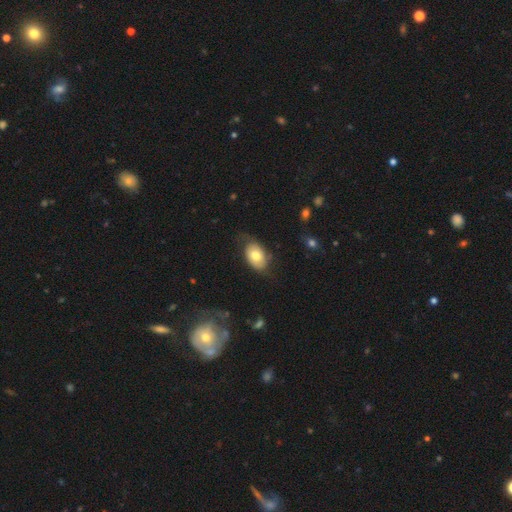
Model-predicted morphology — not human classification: A smooth galaxy with no disk features (69%) that is in between round and cigar-shaped (88%).

Vote fractions:
- Smooth or featured? smooth: 69% / featured or disk: 24% / star or artifact: 7%
- How rounded? in between: 88% / round: 10% / cigar-shaped: 1%
- Merging? none: 62% / minor disturbance: 25% / major disturbance: 11% / merger: 2%